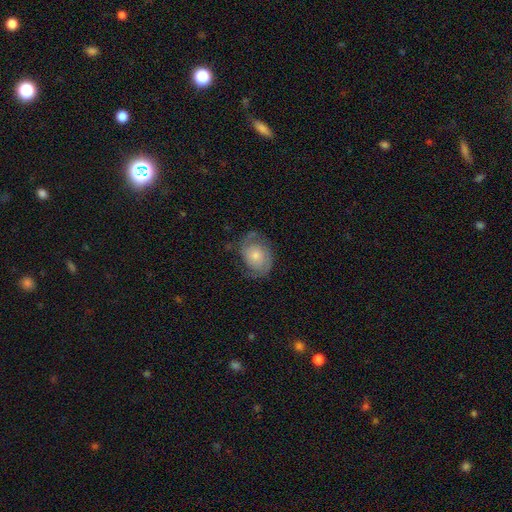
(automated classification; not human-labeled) The model was most divided on "bulge size": small: 51%, moderate: 37%, large: 6%, none: 4%, dominant: 2%. More confident: edge-on disk — no (97%); spiral arms — yes (85%); bar — no (79%); smooth or featured — featured or disk (61%); merging — none (60%).